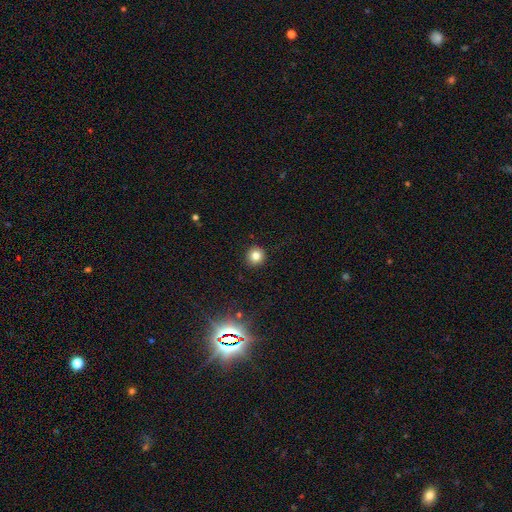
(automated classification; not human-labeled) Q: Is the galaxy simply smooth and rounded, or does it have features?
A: smooth — 80%.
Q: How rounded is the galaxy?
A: round — 94%.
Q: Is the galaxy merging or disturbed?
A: none — 92%.